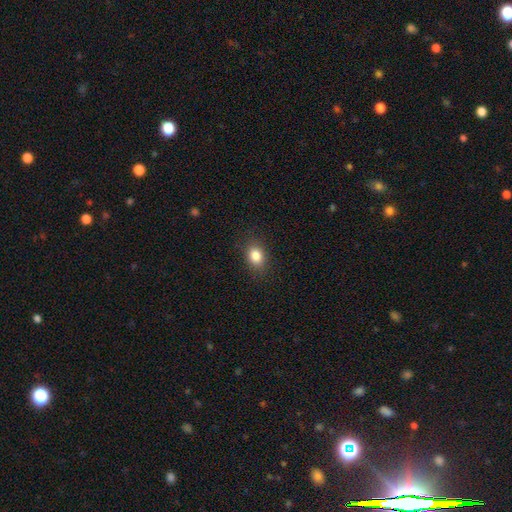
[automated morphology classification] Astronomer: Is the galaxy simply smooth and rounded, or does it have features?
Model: smooth — 84%.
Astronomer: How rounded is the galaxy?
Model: in between — 59% (runner-up: round, 40%).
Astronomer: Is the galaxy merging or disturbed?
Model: none — 86%.